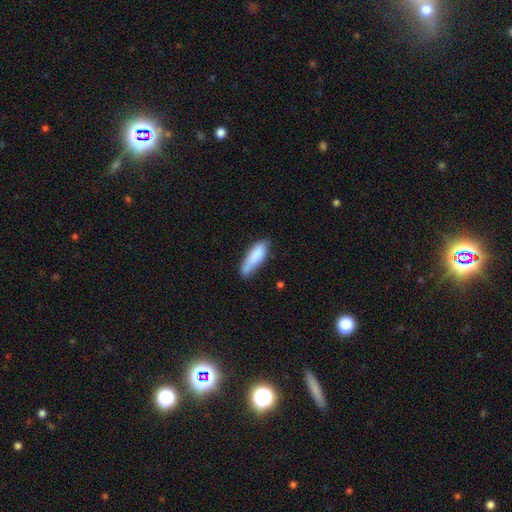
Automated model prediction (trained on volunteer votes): A smooth galaxy with no disk features (82%) that is in between round and cigar-shaped (50%). Merging: none (48%).